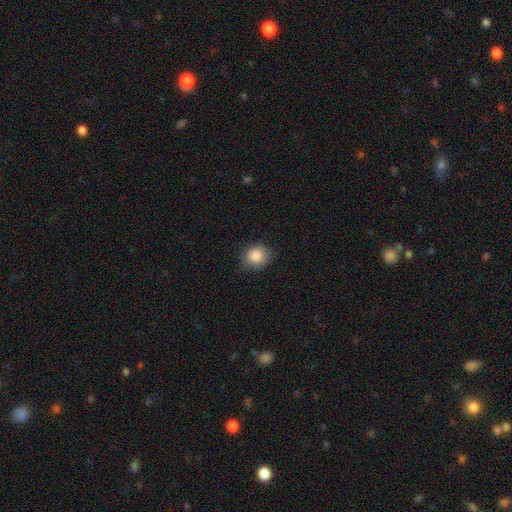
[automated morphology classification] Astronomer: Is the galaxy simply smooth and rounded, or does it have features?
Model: smooth — 87%.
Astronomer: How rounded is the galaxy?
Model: round — 70%.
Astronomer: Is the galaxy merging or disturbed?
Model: none — 72%.